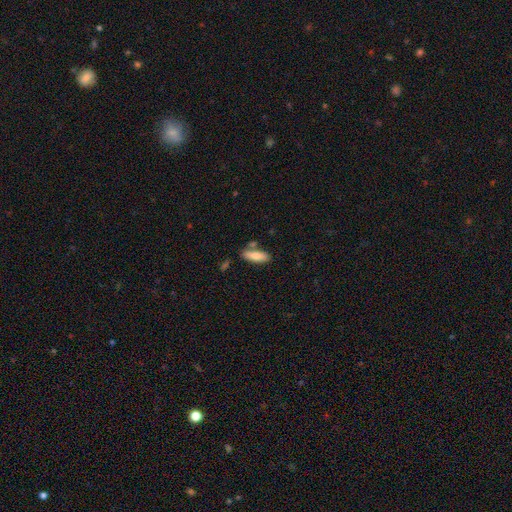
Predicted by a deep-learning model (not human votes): A smooth galaxy with no disk features (79%) that is in between round and cigar-shaped (62%). Merging: none (74%).